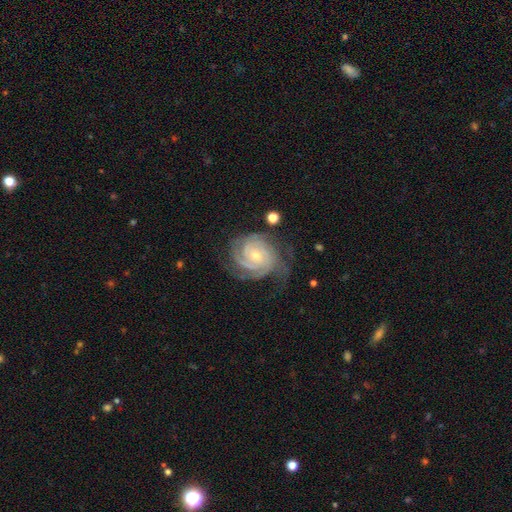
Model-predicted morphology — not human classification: Overall: featured or disk (90%). Edge-on disk: no (98%). Bar: no (69%). Spiral arms: yes (98%). Spiral arm count: 3 (37%; 4 24%). Spiral winding: tight (75%). Bulge size: small (61%; moderate 36%). Merging: none (63%).